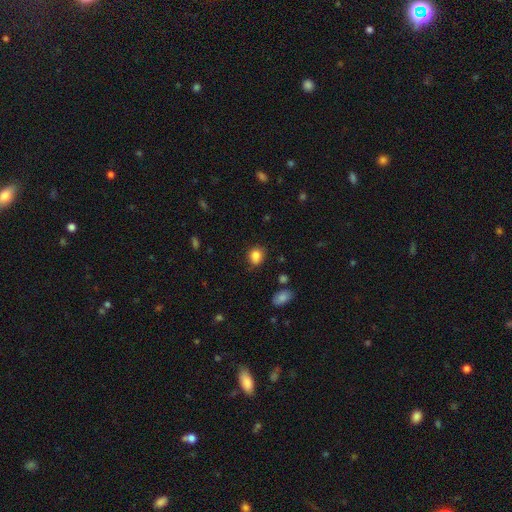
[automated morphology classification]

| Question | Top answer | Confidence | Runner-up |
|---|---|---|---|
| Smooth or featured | smooth | 85% | star or artifact (10%) |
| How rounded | round | 67% | in between (32%) |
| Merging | none | 78% | minor disturbance (16%) |